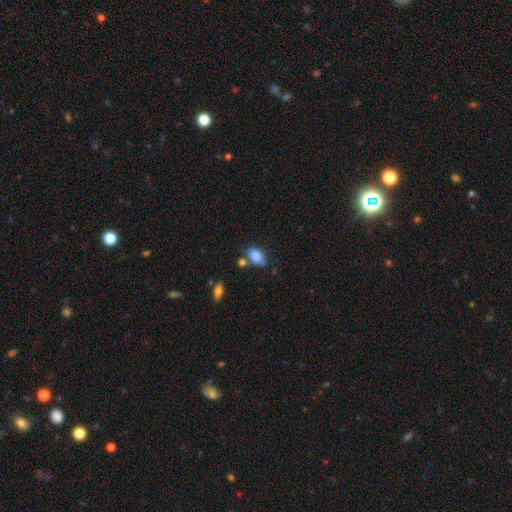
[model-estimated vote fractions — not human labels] Q: Smooth or featured?
A: smooth (83%); runner-up: featured or disk (8%)
Q: How rounded?
A: in between (86%); runner-up: round (12%)
Q: Merging?
A: none (55%); runner-up: minor disturbance (23%)